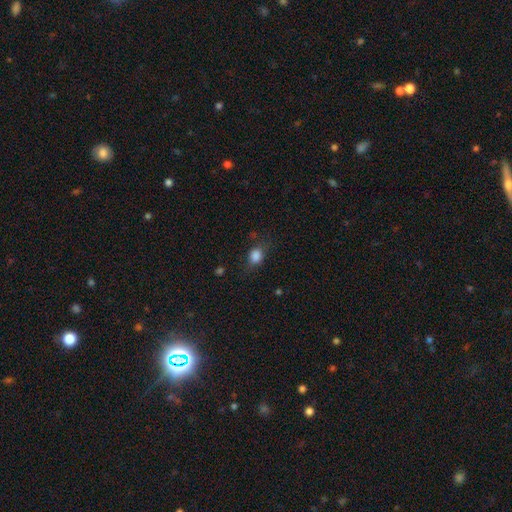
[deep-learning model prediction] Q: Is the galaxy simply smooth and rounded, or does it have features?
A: smooth — 82%.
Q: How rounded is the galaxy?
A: in between — 53%.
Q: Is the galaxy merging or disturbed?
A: none — 67%.